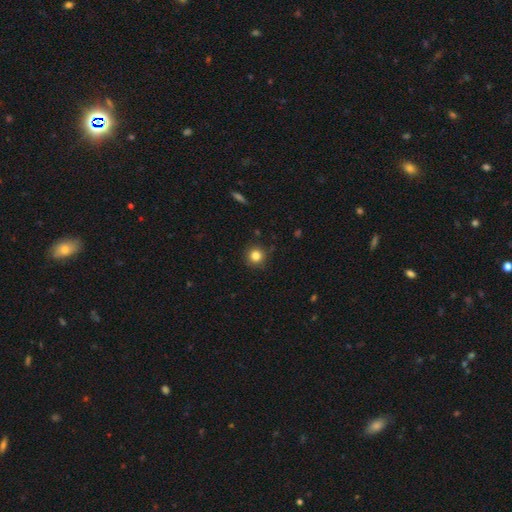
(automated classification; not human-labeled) smooth_or_featured: smooth (p=0.83) [alt: star or artifact p=0.12]
how_rounded: round (p=0.94) [alt: in between p=0.05]
merging: none (p=0.89) [alt: minor disturbance p=0.08]